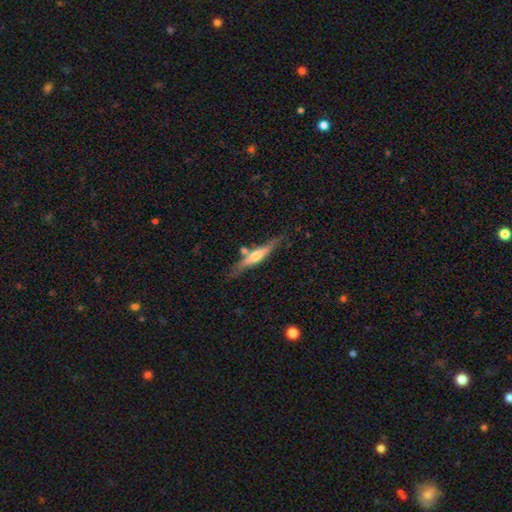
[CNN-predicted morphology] Smooth or featured: featured or disk — 64% (smooth — 30%)
Edge-on disk: yes — 95% (no — 5%)
Edge-on bulge: rounded — 87% (boxy — 7%)
Merging: none — 71% (minor disturbance — 14%)